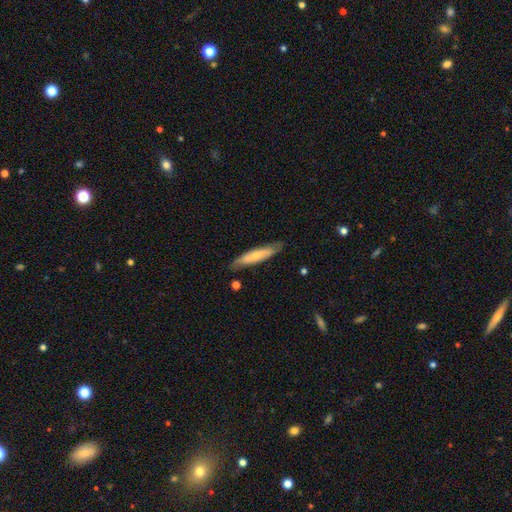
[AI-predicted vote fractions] smooth_or_featured: smooth (p=0.52) [alt: featured or disk p=0.43]
how_rounded: cigar-shaped (p=0.80) [alt: in between p=0.18]
merging: none (p=0.79) [alt: minor disturbance p=0.16]